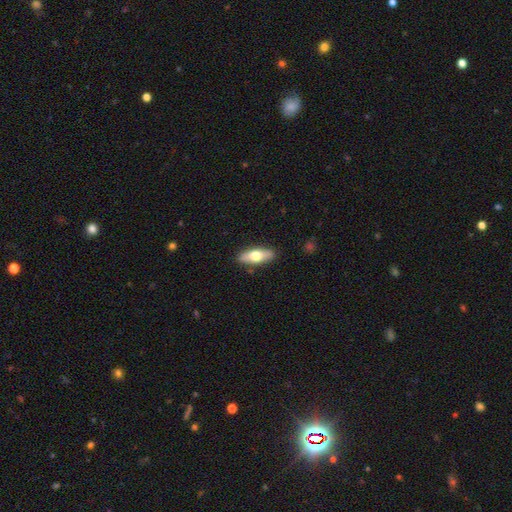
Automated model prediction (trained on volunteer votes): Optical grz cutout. It shows a smooth galaxy with no disk features (63%) that is in between round and cigar-shaped (70%). Merging: none (87%).